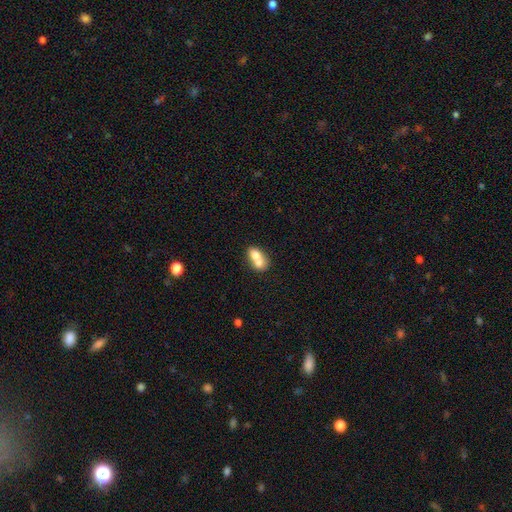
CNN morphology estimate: This is likely a smooth galaxy (69%). How rounded: likely in between (72%). Merging: likely merger (71%).